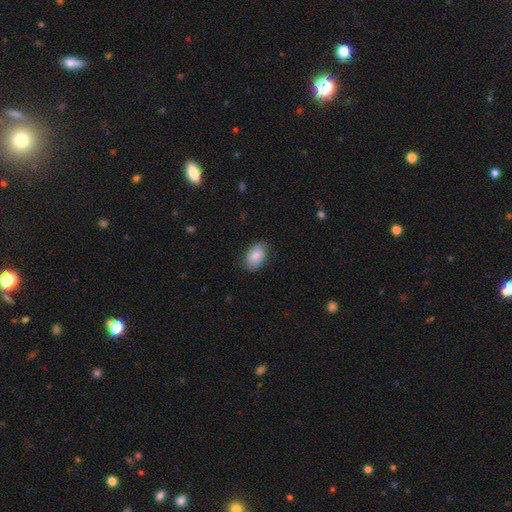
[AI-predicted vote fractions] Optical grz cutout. It shows a smooth galaxy with no disk features (79%) that is in between round and cigar-shaped (88%). Merging: none (75%).